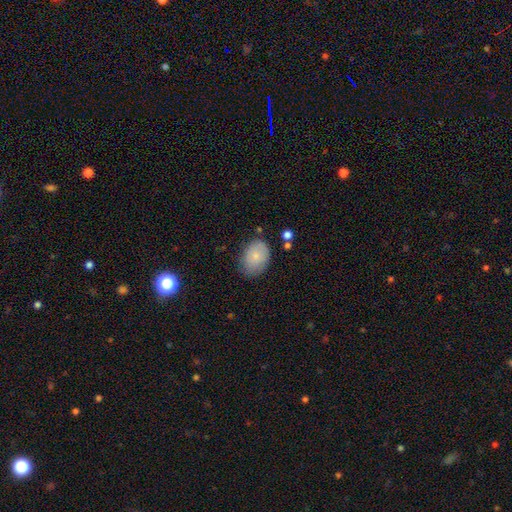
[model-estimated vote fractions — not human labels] Overall: smooth (79%). How rounded: in between (78%). Merging: none (69%).